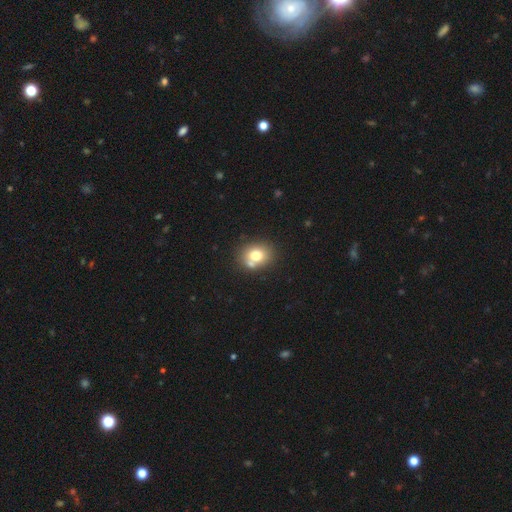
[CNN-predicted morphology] Smooth or featured: smooth — 74% (featured or disk — 15%)
How rounded: round — 60% (in between — 39%)
Merging: none — 63% (merger — 21%)